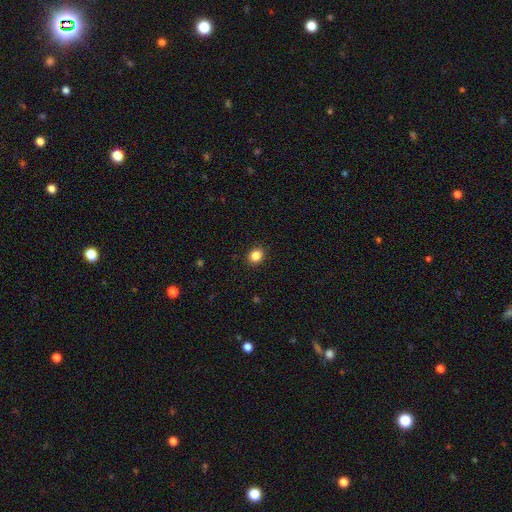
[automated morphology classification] Smooth or featured? Predicted: smooth (p=0.85). How rounded? Predicted: round (p=0.72). Merging? Predicted: none (p=0.91).